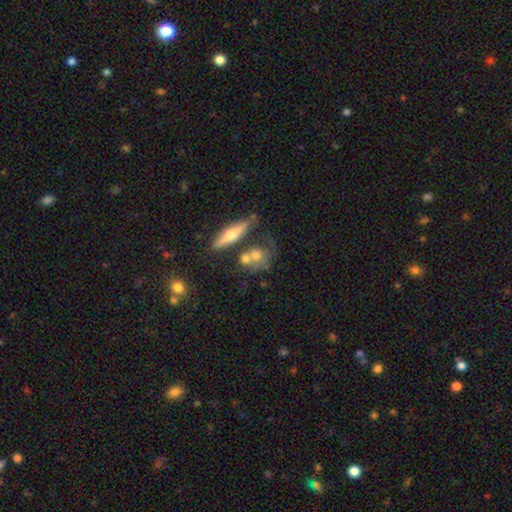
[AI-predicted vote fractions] Smooth or featured?
  - smooth: 50% *
  - featured or disk: 40%
  - star or artifact: 10%
How rounded?
  - round: 48% *
  - in between: 40%
  - cigar-shaped: 12%
Merging?
  - none: 39% *
  - merger: 29%
  - minor disturbance: 18%
  - major disturbance: 14%